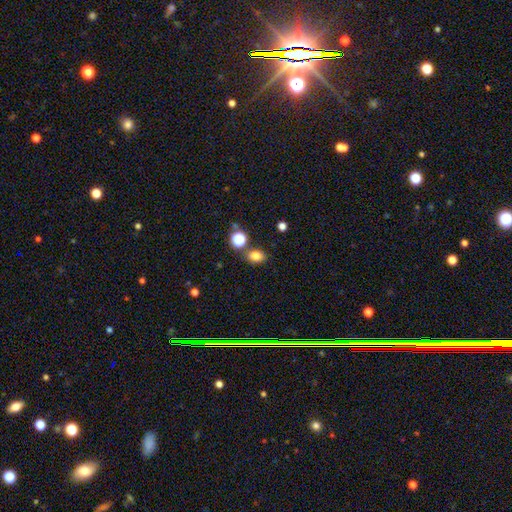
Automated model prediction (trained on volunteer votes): Smooth or featured: smooth — 80% (star or artifact — 14%)
How rounded: in between — 64% (round — 35%)
Merging: none — 77% (minor disturbance — 11%)